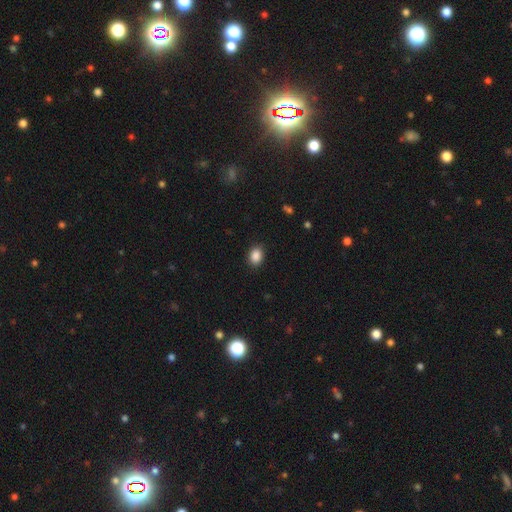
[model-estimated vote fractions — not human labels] Smooth or featured? smooth (88%)
How rounded? in between (65%)
Merging? none (87%)